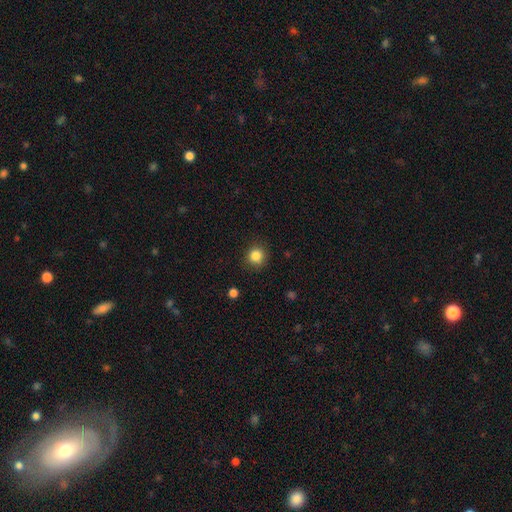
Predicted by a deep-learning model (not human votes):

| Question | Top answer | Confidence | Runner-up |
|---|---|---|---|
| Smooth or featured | smooth | 84% | star or artifact (11%) |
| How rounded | round | 91% | in between (8%) |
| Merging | none | 88% | minor disturbance (8%) |